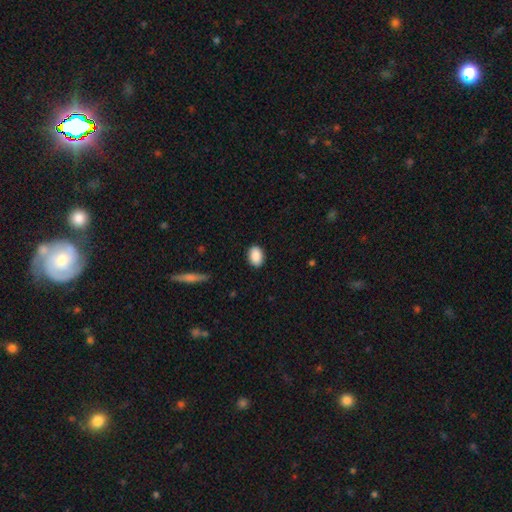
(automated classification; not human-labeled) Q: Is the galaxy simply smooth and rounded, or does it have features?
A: smooth — 90%.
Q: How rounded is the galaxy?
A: in between — 85%.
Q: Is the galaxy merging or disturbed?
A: none — 88%.